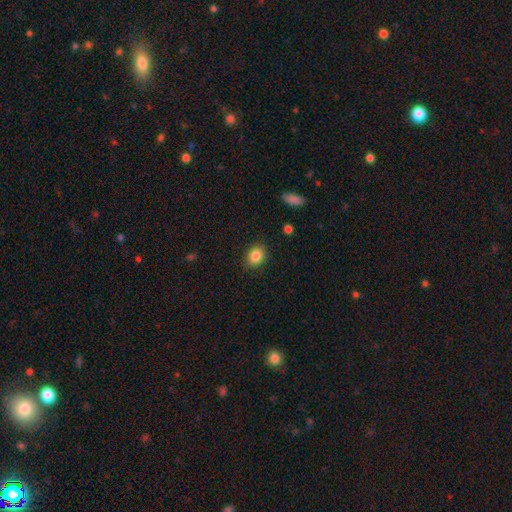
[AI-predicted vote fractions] Overall: smooth (85%). How rounded: round (53%; in between 46%). Merging: none (88%).